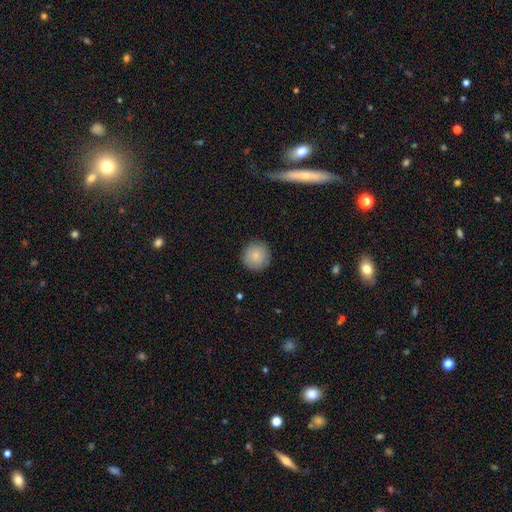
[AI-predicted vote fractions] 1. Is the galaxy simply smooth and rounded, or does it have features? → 83% smooth, 10% featured or disk, 7% star or artifact.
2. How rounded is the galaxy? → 95% round, 4% in between, 1% cigar-shaped.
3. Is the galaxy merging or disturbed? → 90% none, 7% minor disturbance, 2% major disturbance, 1% merger.